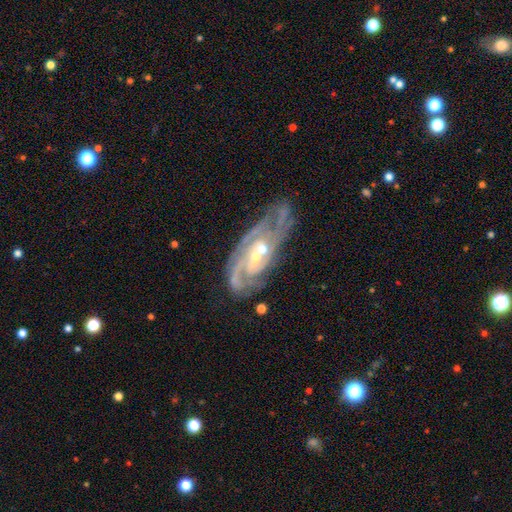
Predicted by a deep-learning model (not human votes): Q: Smooth or featured?
A: featured or disk (87%); runner-up: star or artifact (6%)
Q: Edge-on disk?
A: no (94%); runner-up: yes (6%)
Q: Bar?
A: no (51%); runner-up: weak (35%)
Q: Spiral arms?
A: yes (96%); runner-up: no (4%)
Q: Spiral winding?
A: tight (58%); runner-up: medium (35%)
Q: Spiral arm count?
A: 3 (28%); runner-up: 2 (27%)
Q: Bulge size?
A: small (65%); runner-up: moderate (30%)
Q: Merging?
A: none (57%); runner-up: minor disturbance (20%)